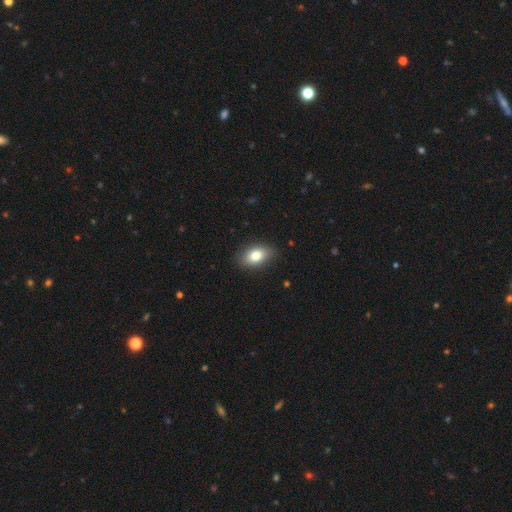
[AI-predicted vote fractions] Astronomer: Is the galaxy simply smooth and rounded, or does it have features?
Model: smooth — 80%.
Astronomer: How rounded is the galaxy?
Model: in between — 86%.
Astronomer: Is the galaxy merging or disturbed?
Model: none — 86%.